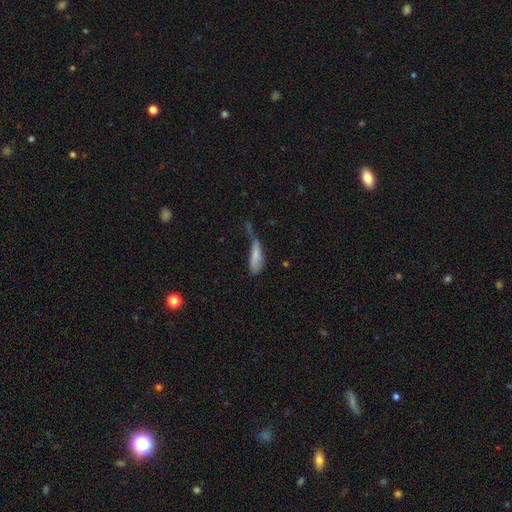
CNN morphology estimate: Smooth or featured? smooth (75%)
How rounded? cigar-shaped (49%, tied with in between)
Merging? major disturbance (36%)